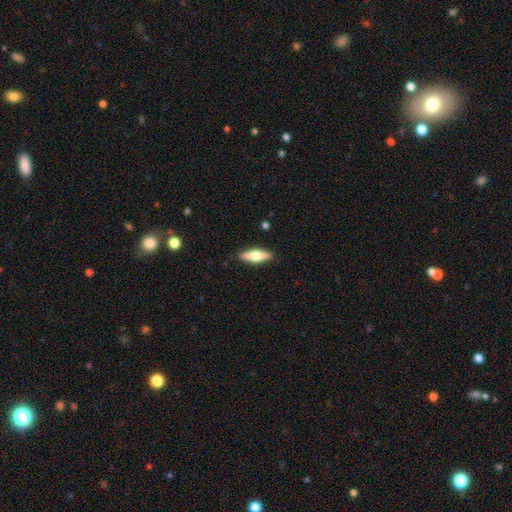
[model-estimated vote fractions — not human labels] Q: Smooth or featured?
A: featured or disk (50%); runner-up: smooth (44%)
Q: Merging?
A: none (88%); runner-up: minor disturbance (9%)